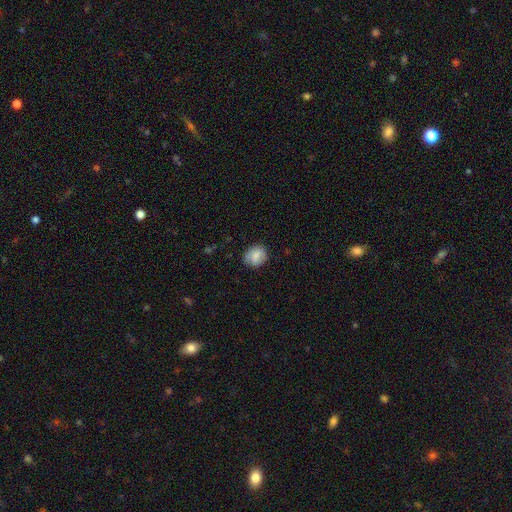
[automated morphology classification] Overall: smooth (76%). How rounded: round (65%; in between 34%). Merging: none (76%).